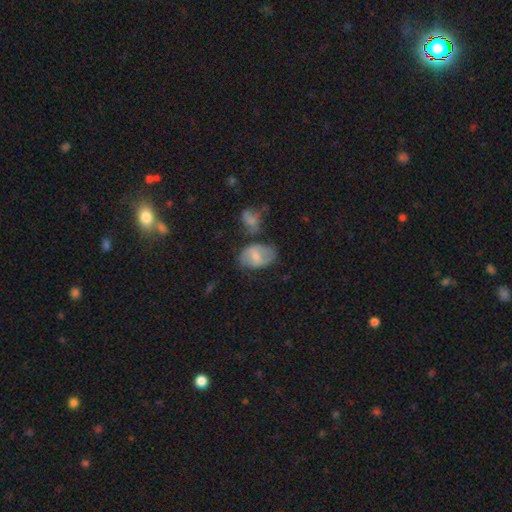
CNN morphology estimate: This is possibly a smooth galaxy (49%). Merging: possibly none (55%).